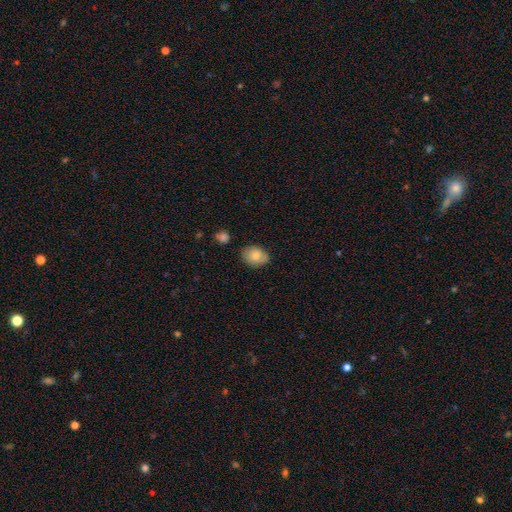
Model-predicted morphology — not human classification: Q: Smooth or featured?
A: smooth (82%); runner-up: featured or disk (11%)
Q: How rounded?
A: in between (73%); runner-up: round (26%)
Q: Merging?
A: none (77%); runner-up: minor disturbance (17%)